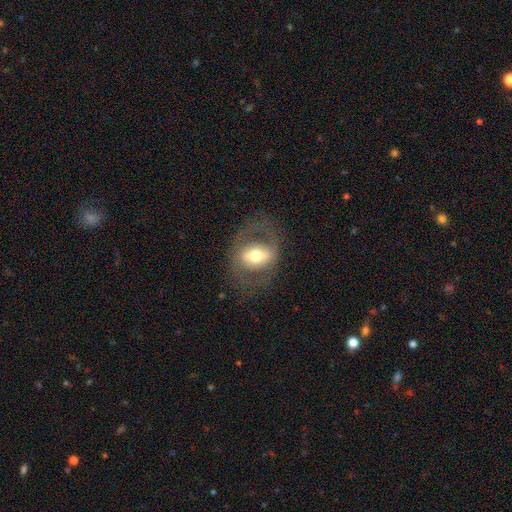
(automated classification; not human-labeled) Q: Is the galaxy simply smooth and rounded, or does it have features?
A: featured or disk — 55%.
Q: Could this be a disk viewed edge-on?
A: no — 92%.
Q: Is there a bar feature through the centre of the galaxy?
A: strong — 35%.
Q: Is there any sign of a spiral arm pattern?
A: no — 65%.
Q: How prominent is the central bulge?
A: moderate — 64%.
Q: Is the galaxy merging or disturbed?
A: none — 70%.